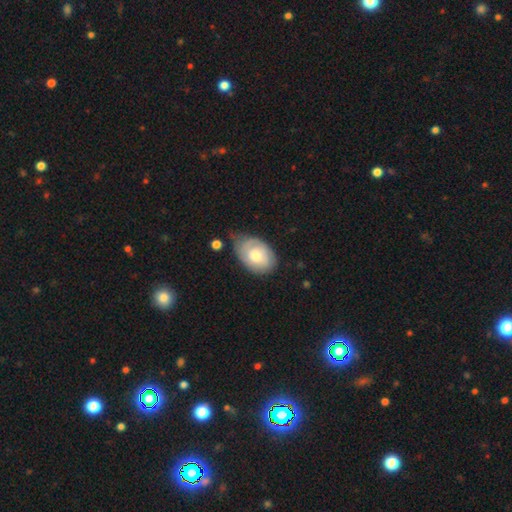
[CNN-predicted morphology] type=smooth (54%); roundness=in between (82%); merging=none (47%).